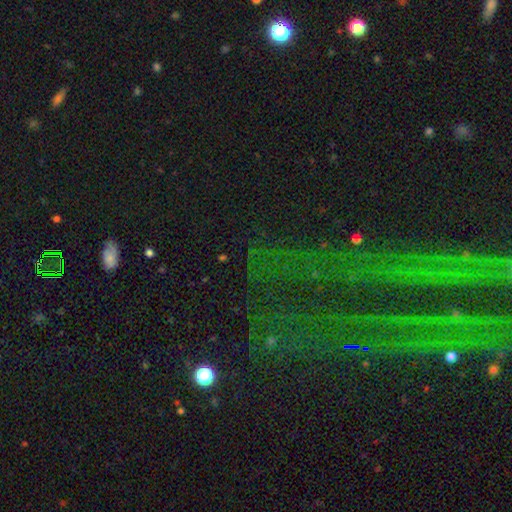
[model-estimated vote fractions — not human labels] star or artifact 76%, smooth 15%, featured or disk 9%.